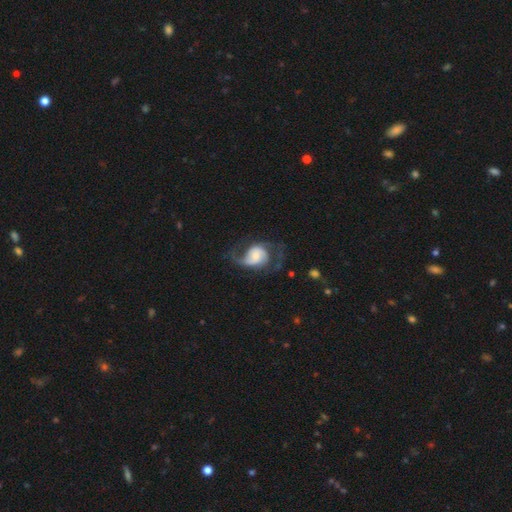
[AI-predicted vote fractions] Smooth or featured?
  - featured or disk: 76% *
  - smooth: 17%
  - star or artifact: 6%
Edge-on disk?
  - no: 98% *
  - yes: 2%
Bar?
  - no: 59% *
  - weak: 32%
  - strong: 9%
Spiral arms?
  - yes: 93% *
  - no: 7%
Spiral winding?
  - loose: 47% *
  - medium: 41%
  - tight: 12%
Spiral arm count?
  - 2: 82% *
  - 1: 7%
  - can't tell: 5%
  - 3: 3%
  - 4: 1%
  - more than 4: 1%
Bulge size?
  - small: 41% *
  - moderate: 28%
  - large: 17%
  - none: 8%
  - dominant: 6%
Merging?
  - none: 52% *
  - major disturbance: 26%
  - minor disturbance: 19%
  - merger: 2%